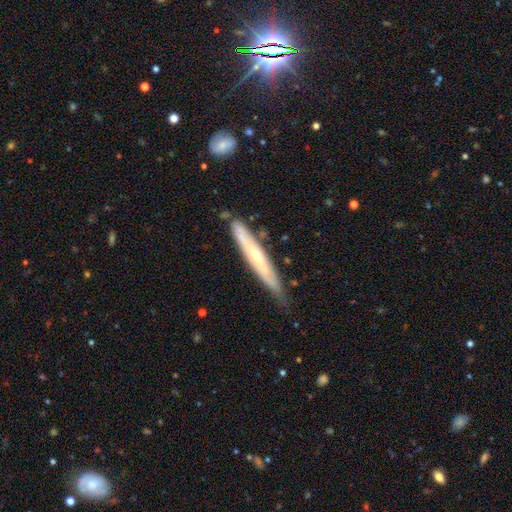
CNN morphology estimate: type=featured or disk (61%); edge-on=yes (80%); merging=none (74%).